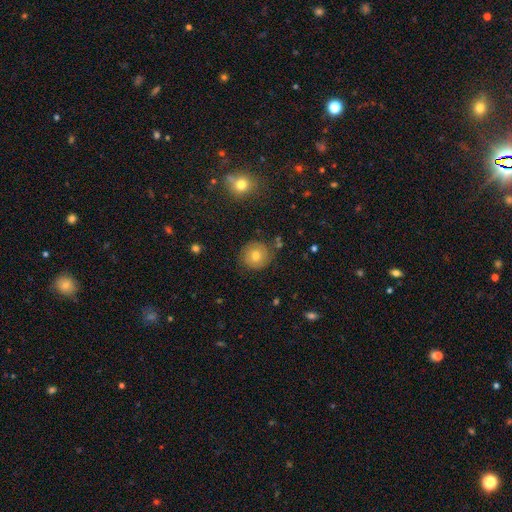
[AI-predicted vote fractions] Morphology: type=smooth (68%); roundness=round (92%); merging=none (84%).